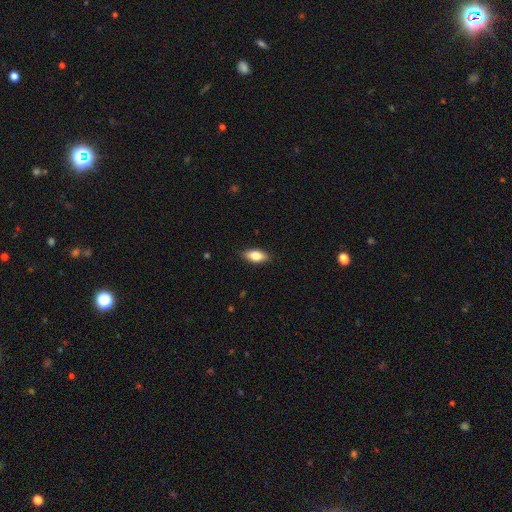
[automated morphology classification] Q: Smooth or featured?
A: smooth (79%); runner-up: featured or disk (14%)
Q: How rounded?
A: in between (86%); runner-up: cigar-shaped (10%)
Q: Merging?
A: none (88%); runner-up: minor disturbance (9%)